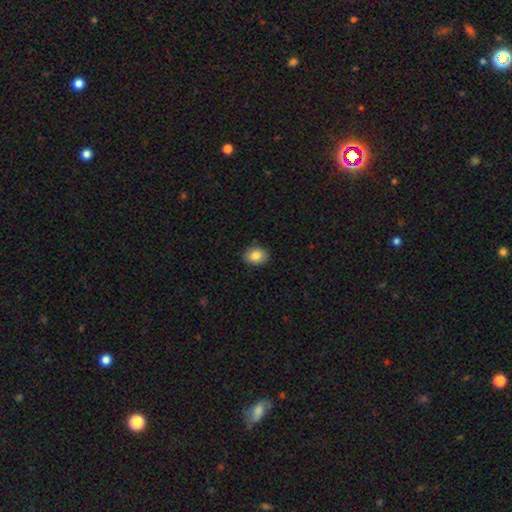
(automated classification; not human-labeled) Smooth or featured: smooth — 85% (star or artifact — 8%)
How rounded: in between — 63% (round — 36%)
Merging: none — 89% (minor disturbance — 8%)